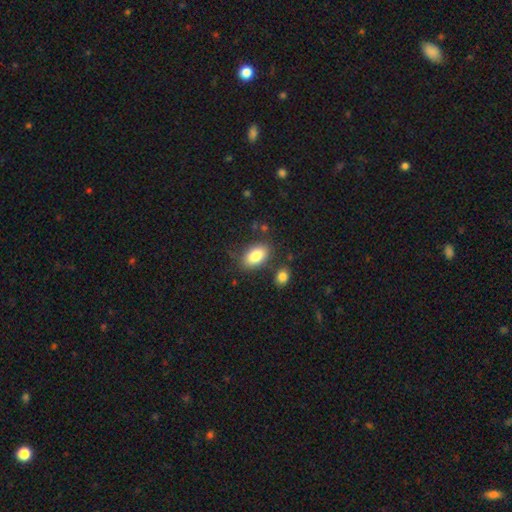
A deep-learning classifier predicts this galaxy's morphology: smooth-or-featured: smooth: 82% | featured or disk: 10% | star or artifact: 7%
  how-rounded: in between: 91% | round: 7% | cigar-shaped: 2%
  merging: none: 77% | minor disturbance: 13% | merger: 6% | major disturbance: 4%